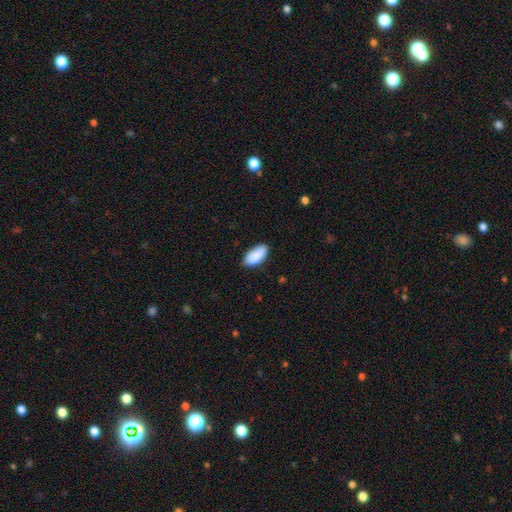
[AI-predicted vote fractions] Smooth or featured? smooth (90%)
How rounded? in between (93%)
Merging? none (82%)